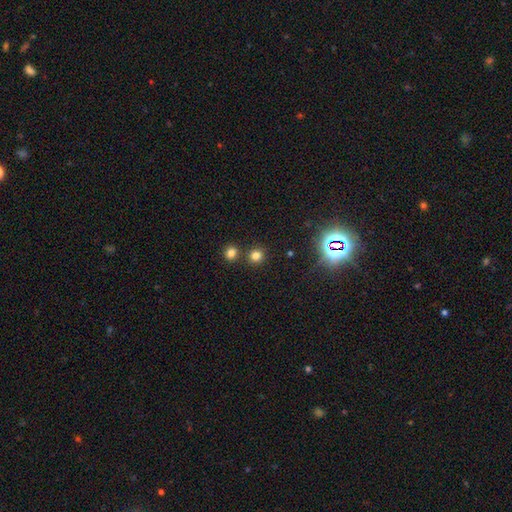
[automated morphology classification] Q: Smooth or featured?
A: smooth (76%); runner-up: star or artifact (19%)
Q: How rounded?
A: round (90%); runner-up: in between (9%)
Q: Merging?
A: none (78%); runner-up: merger (13%)